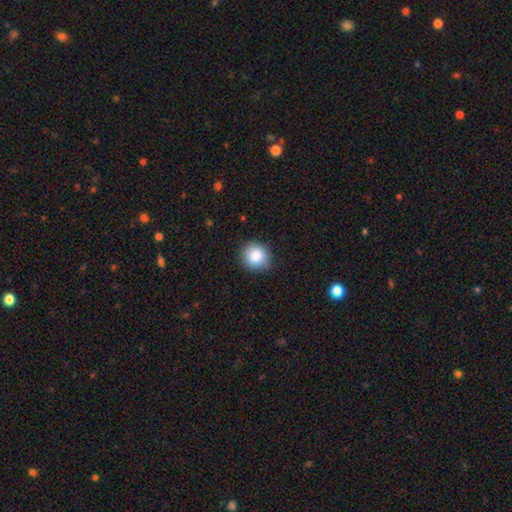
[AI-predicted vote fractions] A smooth galaxy with no disk features (87%) that is round (88%).

Vote fractions:
- Smooth or featured? smooth: 87% / star or artifact: 9% / featured or disk: 5%
- How rounded? round: 88% / in between: 11% / cigar-shaped: 1%
- Merging? none: 86% / minor disturbance: 11% / major disturbance: 2% / merger: 1%